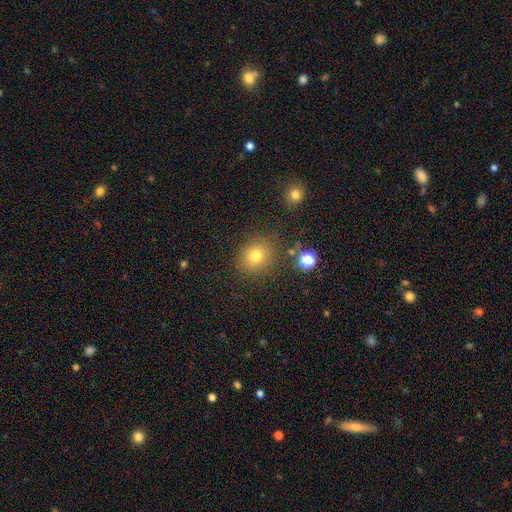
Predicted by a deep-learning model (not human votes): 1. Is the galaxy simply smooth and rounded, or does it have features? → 75% smooth, 16% star or artifact, 8% featured or disk.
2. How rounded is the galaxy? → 81% round, 18% in between, 1% cigar-shaped.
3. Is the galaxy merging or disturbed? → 82% none, 10% minor disturbance, 4% major disturbance, 4% merger.